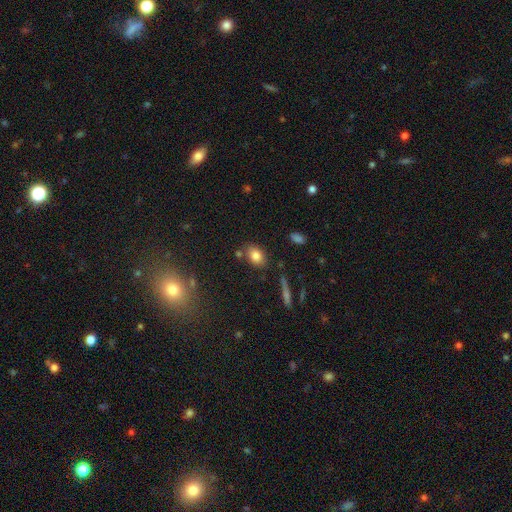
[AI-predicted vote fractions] Morphology: type=smooth (80%); roundness=in between (77%); merging=none (77%).